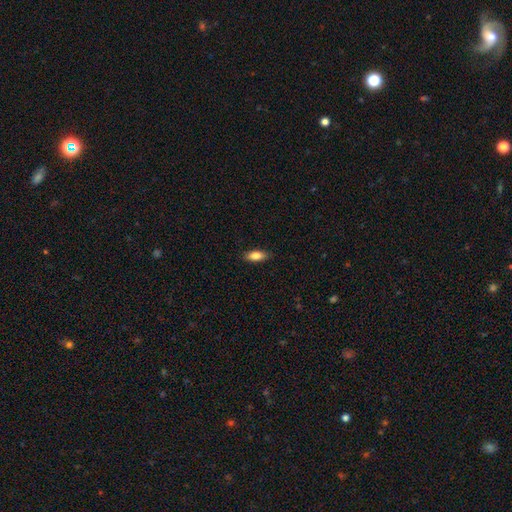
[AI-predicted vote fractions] Smooth or featured?
  - smooth: 81% *
  - featured or disk: 12%
  - star or artifact: 7%
How rounded?
  - in between: 78% *
  - cigar-shaped: 19%
  - round: 3%
Merging?
  - none: 86% *
  - minor disturbance: 11%
  - major disturbance: 2%
  - merger: 1%